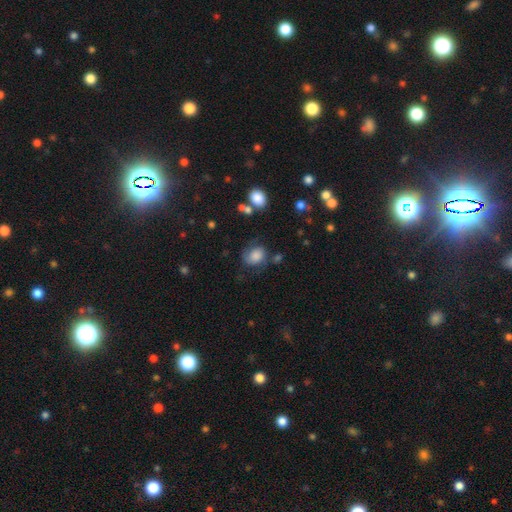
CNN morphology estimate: smooth-or-featured: smooth: 66% | featured or disk: 23% | star or artifact: 10%
  how-rounded: in between: 51% | round: 48% | cigar-shaped: 1%
  merging: none: 54% | minor disturbance: 25% | major disturbance: 16% | merger: 5%